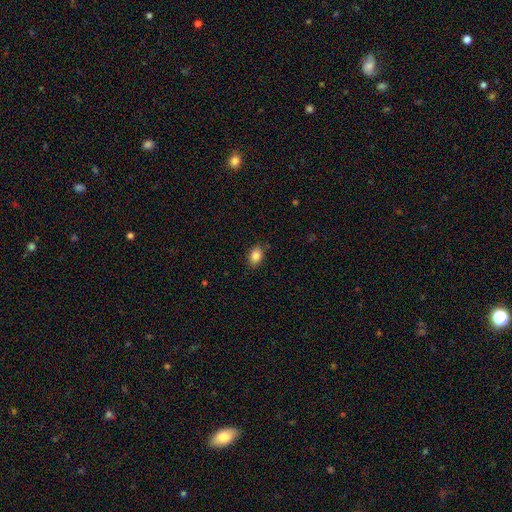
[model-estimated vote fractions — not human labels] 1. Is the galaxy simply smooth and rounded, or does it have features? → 86% smooth, 9% star or artifact, 5% featured or disk.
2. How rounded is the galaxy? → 76% in between, 23% round, 1% cigar-shaped.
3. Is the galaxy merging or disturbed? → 83% none, 13% minor disturbance, 3% major disturbance, 1% merger.